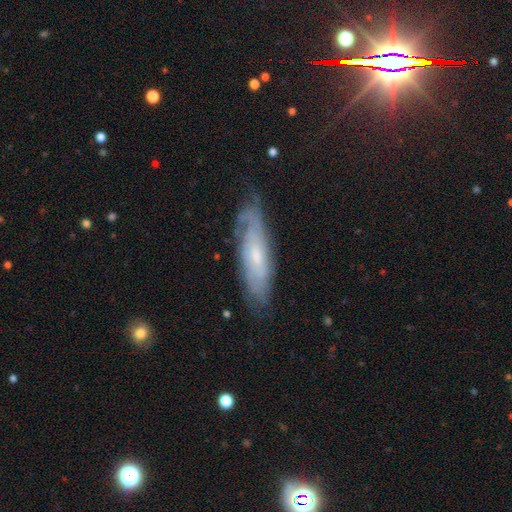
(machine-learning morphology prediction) This appears to be a featured or disk galaxy (71%) with no bar (60%), spiral arms (90%) and a small central bulge (55%). Merging: none (72%).